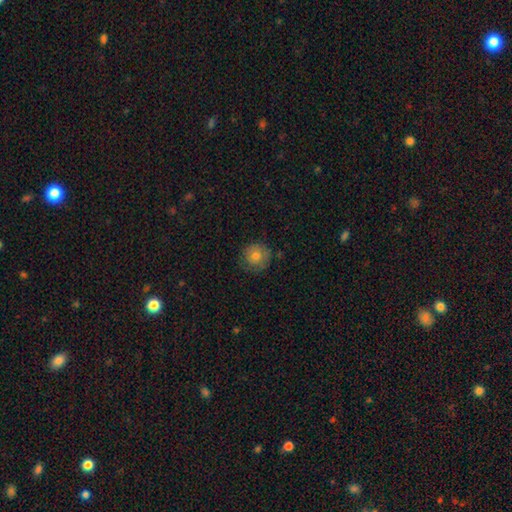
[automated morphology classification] Q: Smooth or featured?
A: smooth (75%); runner-up: featured or disk (16%)
Q: How rounded?
A: round (93%); runner-up: in between (6%)
Q: Merging?
A: none (78%); runner-up: minor disturbance (17%)